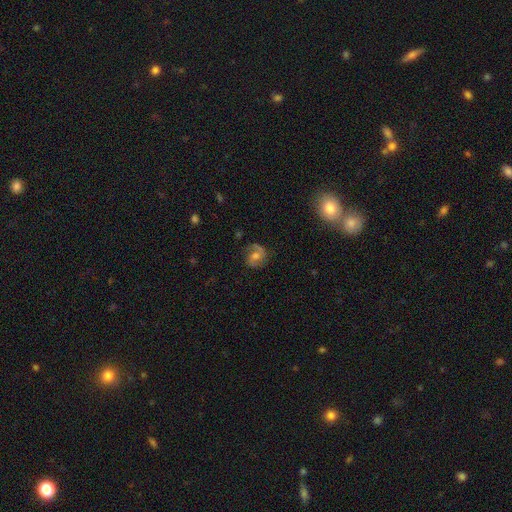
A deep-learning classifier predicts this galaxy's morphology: smooth_or_featured: featured or disk (p=0.68) [alt: smooth p=0.22]
disk_edge_on: no (p=0.97) [alt: yes p=0.03]
bar: no (p=0.44) [alt: weak p=0.43]
has_spiral_arms: yes (p=0.90) [alt: no p=0.10]
spiral_winding: medium (p=0.49) [alt: loose p=0.26]
spiral_arm_count: 2 (p=0.77) [alt: 1 p=0.13]
bulge_size: moderate (p=0.59) [alt: small p=0.24]
merging: none (p=0.73) [alt: minor disturbance p=0.17]